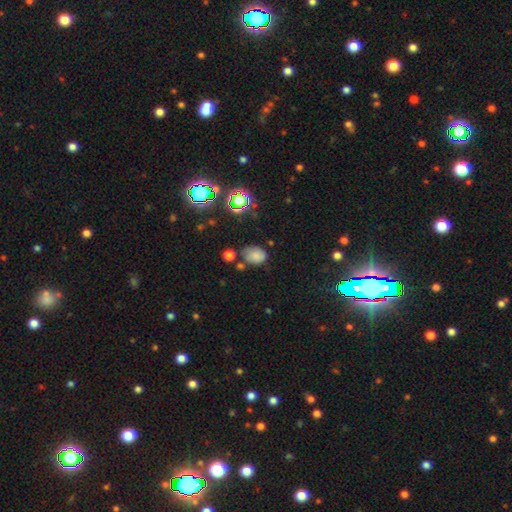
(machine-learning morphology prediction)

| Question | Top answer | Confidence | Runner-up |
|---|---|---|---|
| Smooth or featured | smooth | 73% | star or artifact (18%) |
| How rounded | in between | 64% | round (35%) |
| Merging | none | 61% | minor disturbance (22%) |